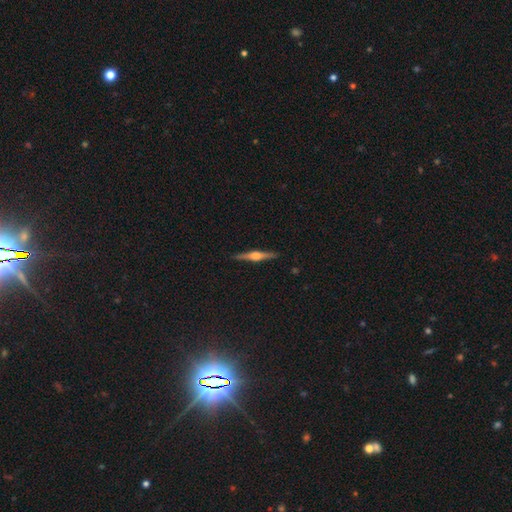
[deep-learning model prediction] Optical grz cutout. It shows a featured or disk galaxy (77%) viewed edge-on (98%) with a rounded central bulge (90%). Merging: none (91%).